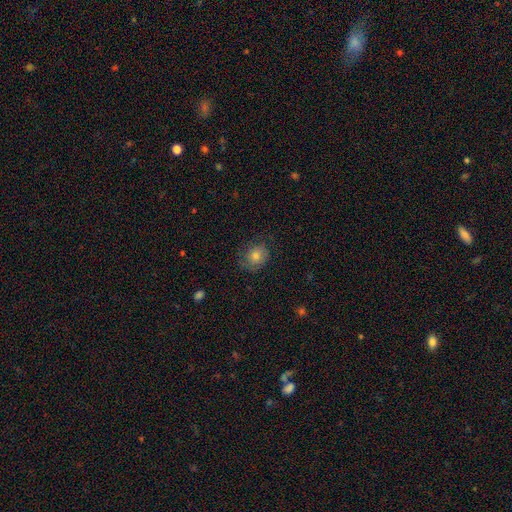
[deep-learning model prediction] This appears to be a smooth galaxy with no disk features (59%) that is round (73%). Merging: none (71%).